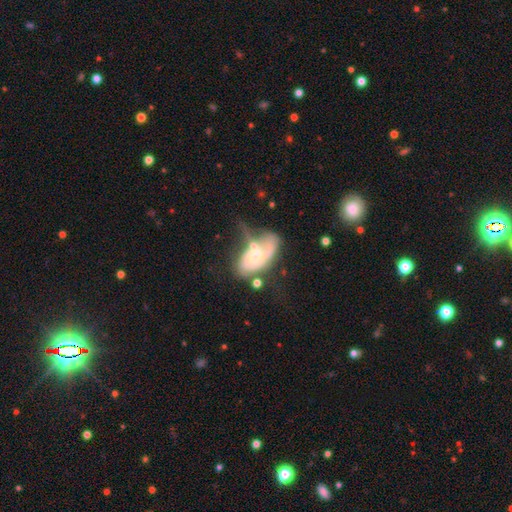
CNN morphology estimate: A featured or disk galaxy (66%) with no bar (73%), spiral arms (65%) and a moderate central bulge (55%). Merging: major disturbance (30%).